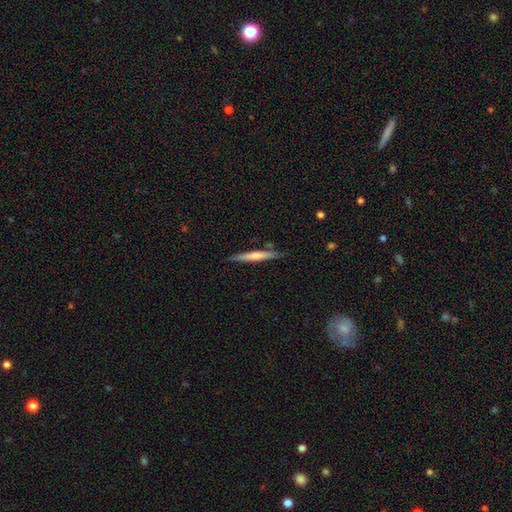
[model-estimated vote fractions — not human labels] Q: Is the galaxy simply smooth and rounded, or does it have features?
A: smooth — 54%.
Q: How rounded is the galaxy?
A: cigar-shaped — 95%.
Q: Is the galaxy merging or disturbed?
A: none — 83%.